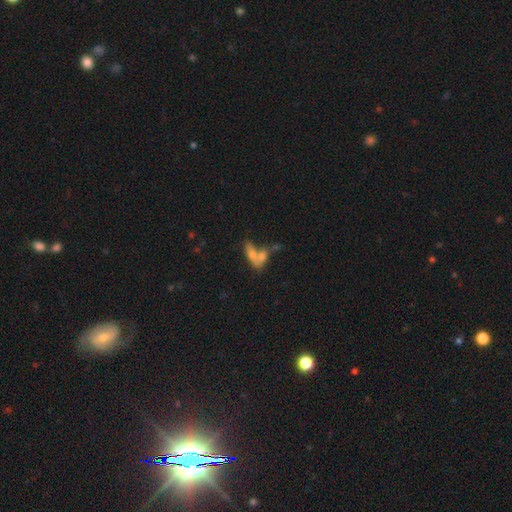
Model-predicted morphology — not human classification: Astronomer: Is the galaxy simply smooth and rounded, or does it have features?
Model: smooth — 63%.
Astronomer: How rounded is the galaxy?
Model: in between — 70%.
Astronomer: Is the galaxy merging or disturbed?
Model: merger — 61%.